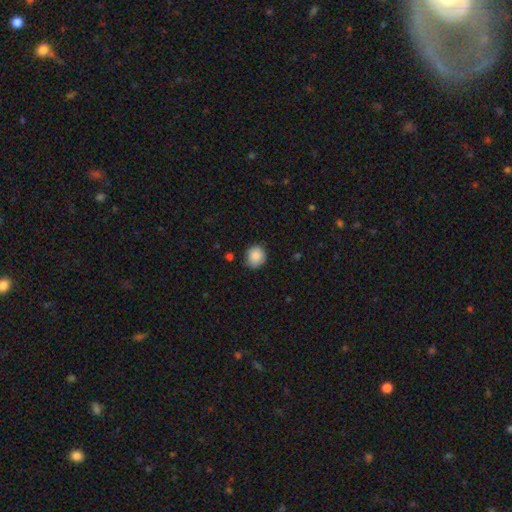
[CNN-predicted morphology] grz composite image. It shows a smooth galaxy with no disk features (87%) that is round (81%). Merging: none (78%).